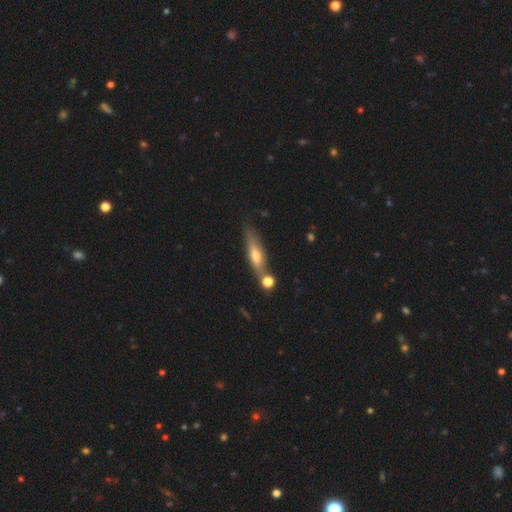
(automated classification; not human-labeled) Q: Smooth or featured?
A: smooth (52%); runner-up: featured or disk (41%)
Q: How rounded?
A: cigar-shaped (67%); runner-up: in between (30%)
Q: Merging?
A: none (63%); runner-up: merger (18%)